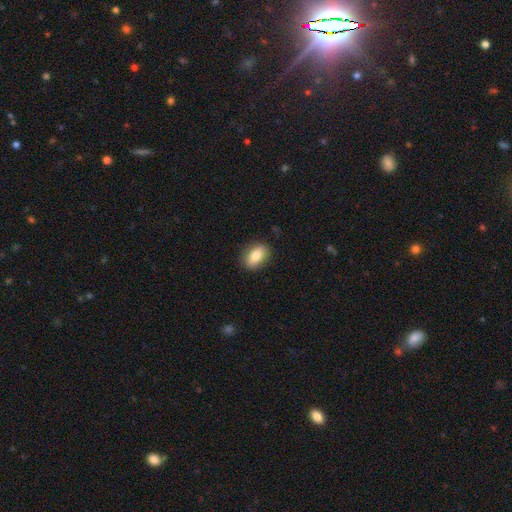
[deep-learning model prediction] Smooth or featured? smooth (76%)
How rounded? in between (81%)
Merging? none (86%)